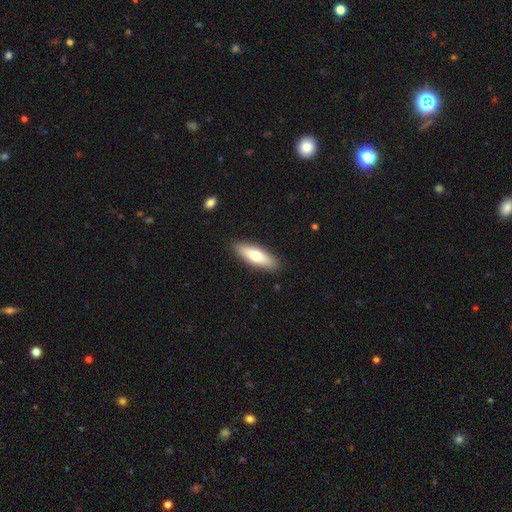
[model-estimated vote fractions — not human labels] This appears to be a smooth galaxy with no disk features (66%) that is in between round and cigar-shaped (51%). Merging: none (89%).